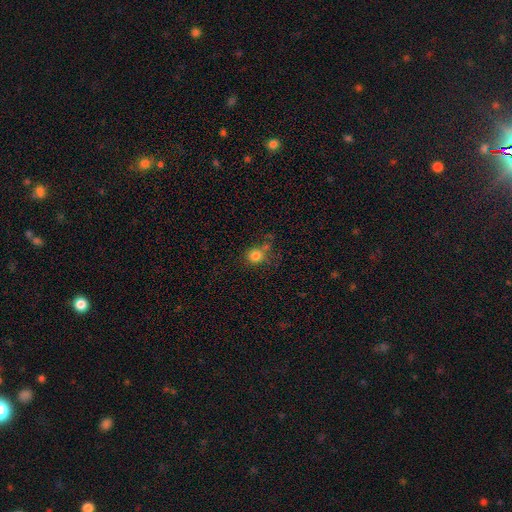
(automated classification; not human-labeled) Q: Smooth or featured?
A: smooth (81%); runner-up: star or artifact (12%)
Q: How rounded?
A: round (85%); runner-up: in between (14%)
Q: Merging?
A: none (64%); runner-up: minor disturbance (17%)